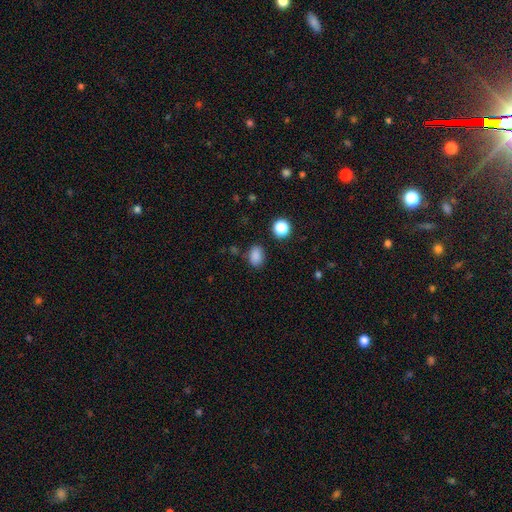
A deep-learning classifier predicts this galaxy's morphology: Smooth or featured? smooth (84%)
How rounded? in between (73%)
Merging? none (81%)